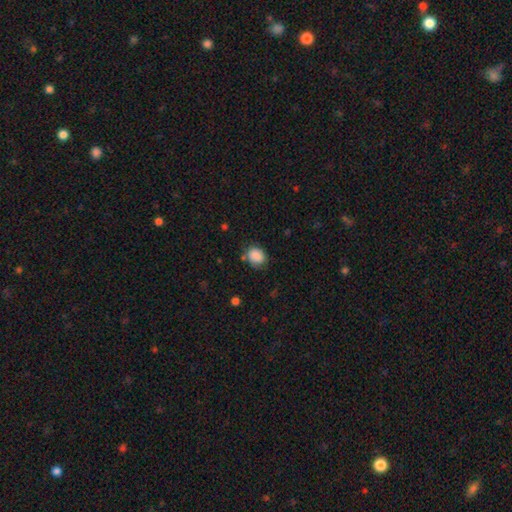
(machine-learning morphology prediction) Overall: smooth (87%). How rounded: round (51%; in between 48%). Merging: none (72%).